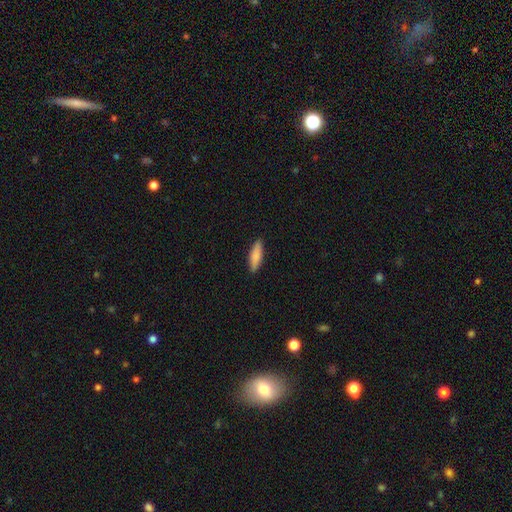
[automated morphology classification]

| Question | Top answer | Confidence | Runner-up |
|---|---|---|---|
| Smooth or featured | smooth | 84% | featured or disk (10%) |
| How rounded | cigar-shaped | 56% | in between (42%) |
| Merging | none | 90% | minor disturbance (8%) |